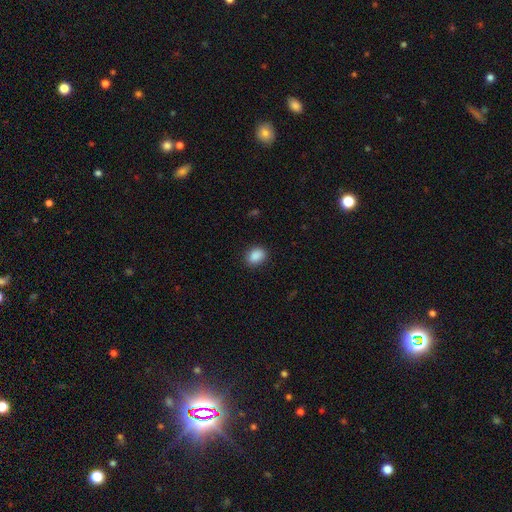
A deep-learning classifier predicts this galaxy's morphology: The model was most divided on "how rounded": in between: 66%, round: 33%, cigar-shaped: 1%. More confident: smooth or featured — smooth (89%); merging — none (87%).